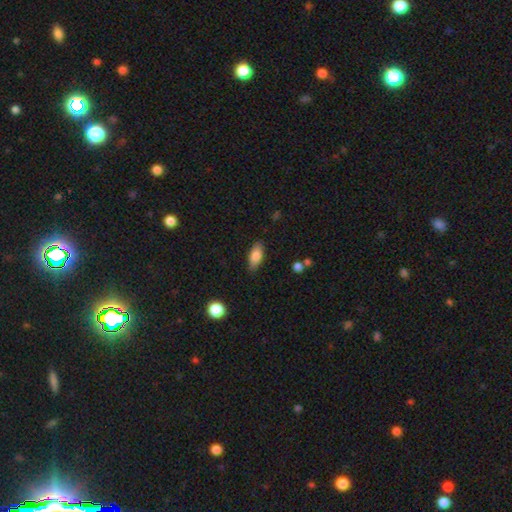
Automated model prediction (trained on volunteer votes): This appears to be a smooth galaxy with no disk features (82%) that is in between round and cigar-shaped (83%). Merging: none (83%).